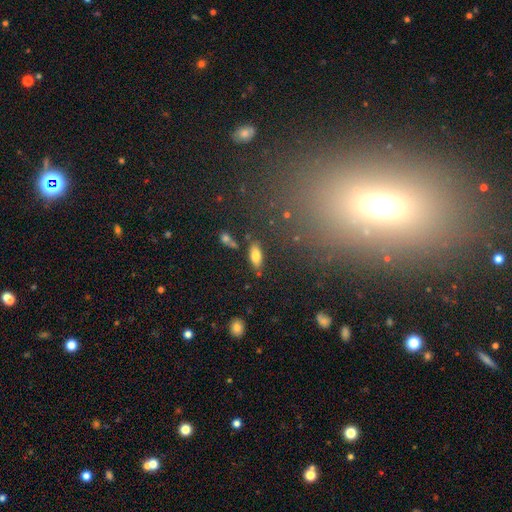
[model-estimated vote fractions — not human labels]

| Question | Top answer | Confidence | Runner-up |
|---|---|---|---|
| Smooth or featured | smooth | 75% | featured or disk (17%) |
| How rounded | in between | 85% | cigar-shaped (12%) |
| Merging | none | 79% | minor disturbance (12%) |